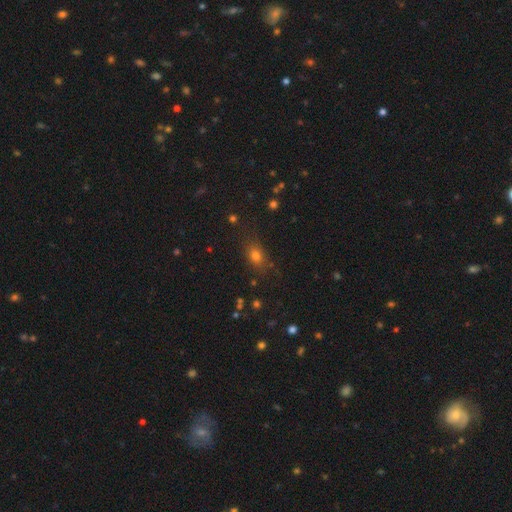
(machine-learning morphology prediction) A smooth galaxy with no disk features (73%) that is in between round and cigar-shaped (61%). Merging: none (78%).